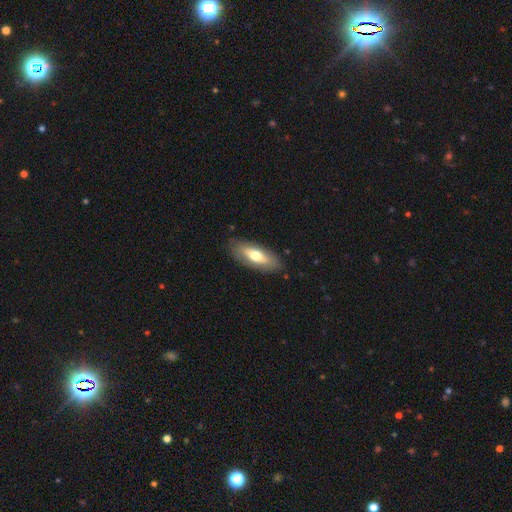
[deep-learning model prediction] This appears to be a smooth galaxy with no disk features (60%) that is in between round and cigar-shaped (67%). Merging: none (84%).